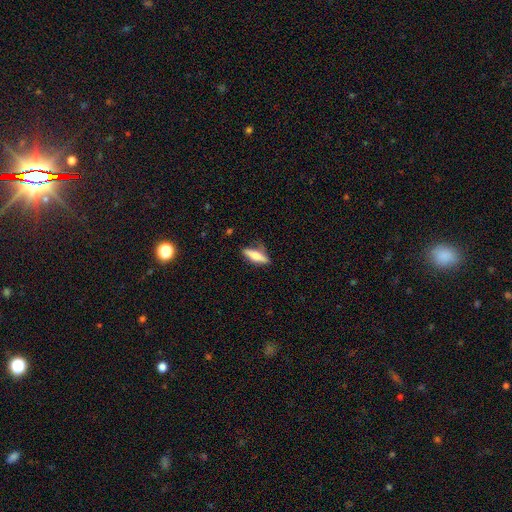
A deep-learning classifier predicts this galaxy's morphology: Smooth or featured?
  - smooth: 65% *
  - featured or disk: 28%
  - star or artifact: 6%
How rounded?
  - cigar-shaped: 54% *
  - in between: 44%
  - round: 2%
Merging?
  - none: 69% *
  - minor disturbance: 22%
  - major disturbance: 6%
  - merger: 2%